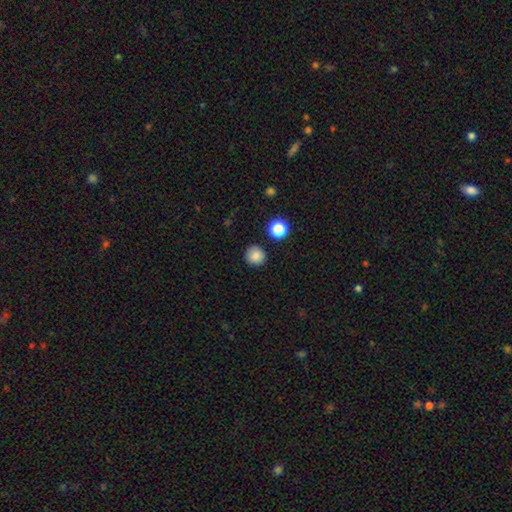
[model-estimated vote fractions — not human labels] A smooth galaxy with no disk features (85%) that is round (93%).

Vote fractions:
- Smooth or featured? smooth: 85% / star or artifact: 11% / featured or disk: 4%
- How rounded? round: 93% / in between: 6% / cigar-shaped: 1%
- Merging? none: 89% / minor disturbance: 7% / major disturbance: 2% / merger: 2%